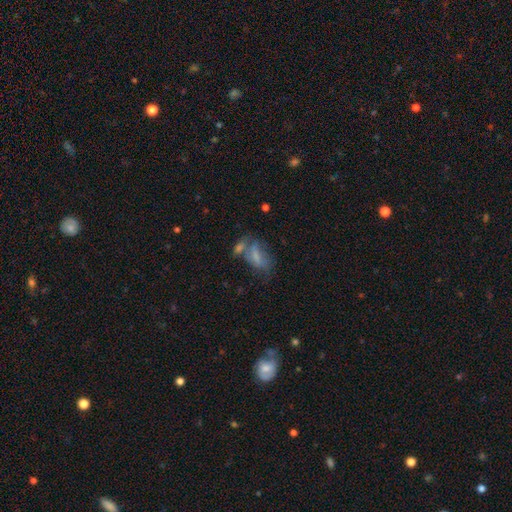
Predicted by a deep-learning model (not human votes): Morphology: type=smooth (58%); roundness=in between (83%); merging=none (33%, tied with merger).